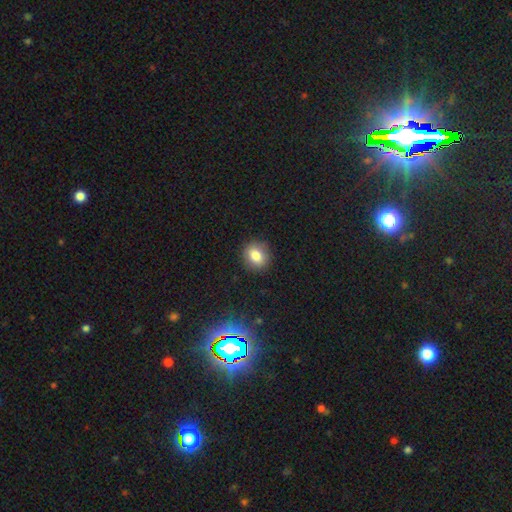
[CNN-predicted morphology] Smooth or featured? Predicted: smooth (p=0.80). How rounded? Predicted: round (p=0.72). Merging? Predicted: none (p=0.87).